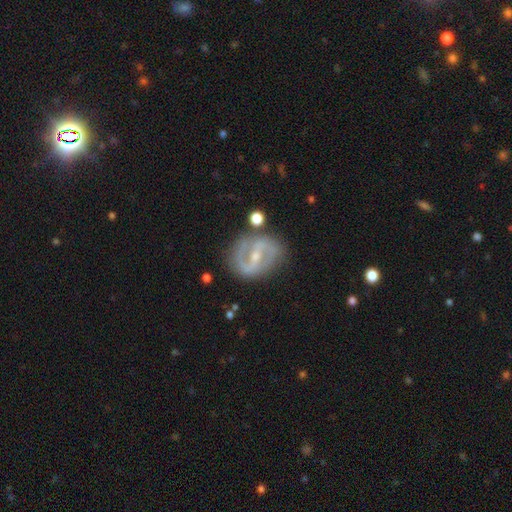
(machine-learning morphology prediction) smooth_or_featured: featured or disk (p=0.87) [alt: smooth p=0.08]
disk_edge_on: no (p=0.96) [alt: yes p=0.04]
bar: strong (p=0.58) [alt: weak p=0.31]
has_spiral_arms: yes (p=0.89) [alt: no p=0.11]
spiral_winding: medium (p=0.49) [alt: tight p=0.29]
spiral_arm_count: 2 (p=0.87) [alt: can't tell p=0.06]
bulge_size: small (p=0.60) [alt: moderate p=0.36]
merging: none (p=0.76) [alt: minor disturbance p=0.15]